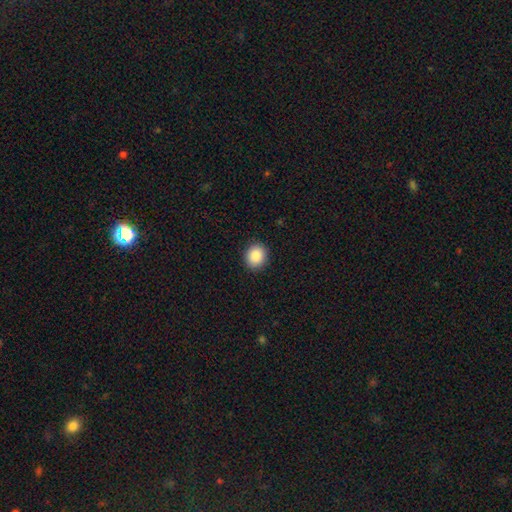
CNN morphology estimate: A smooth galaxy with no disk features (88%) that is round (73%).

Vote fractions:
- Smooth or featured? smooth: 88% / star or artifact: 8% / featured or disk: 4%
- How rounded? round: 73% / in between: 26% / cigar-shaped: 1%
- Merging? none: 91% / minor disturbance: 6% / major disturbance: 2% / merger: 1%